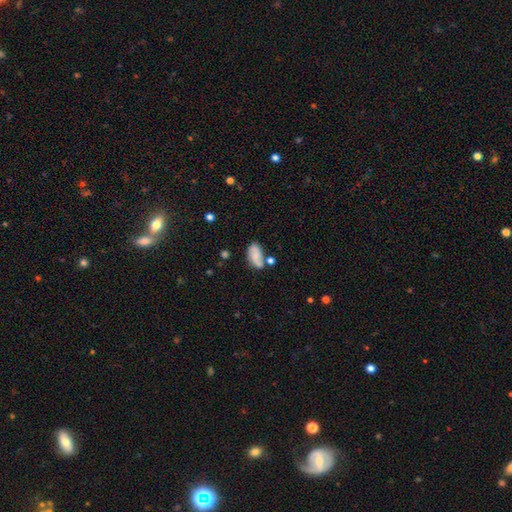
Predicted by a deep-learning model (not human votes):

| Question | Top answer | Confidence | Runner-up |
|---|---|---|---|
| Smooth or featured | smooth | 59% | featured or disk (32%) |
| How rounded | in between | 91% | round (5%) |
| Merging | none | 52% | minor disturbance (23%) |